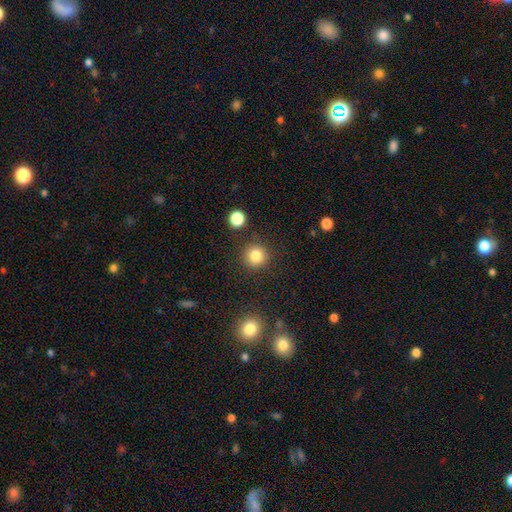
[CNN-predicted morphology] smooth_or_featured: smooth (p=0.83) [alt: star or artifact p=0.11]
how_rounded: round (p=0.93) [alt: in between p=0.06]
merging: none (p=0.87) [alt: minor disturbance p=0.07]